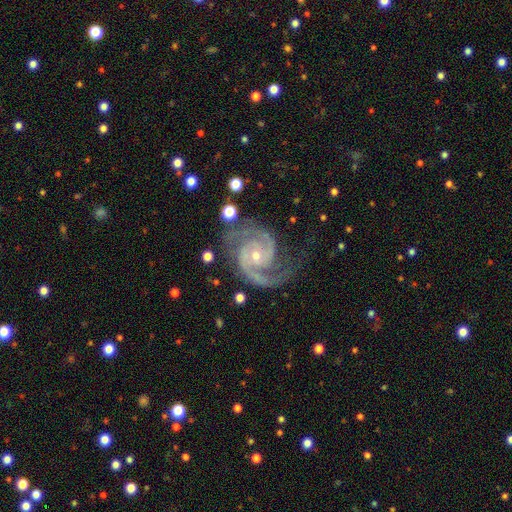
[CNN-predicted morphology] This is clearly a featured or disk galaxy (93%). It is clearly not viewed edge-on (98%). Bar: likely no (65%). Spiral arm pattern: clearly yes (99%). Spiral arm count: likely 2 (80%). Spiral winding: possibly medium (49%). Central bulge: likely small (69%). Merging: likely none (70%).